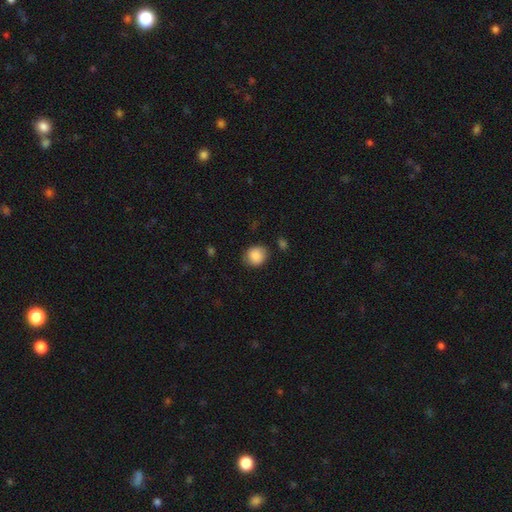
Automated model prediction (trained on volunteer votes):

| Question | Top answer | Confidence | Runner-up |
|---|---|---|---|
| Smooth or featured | smooth | 88% | star or artifact (8%) |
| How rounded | round | 78% | in between (21%) |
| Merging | none | 81% | minor disturbance (13%) |